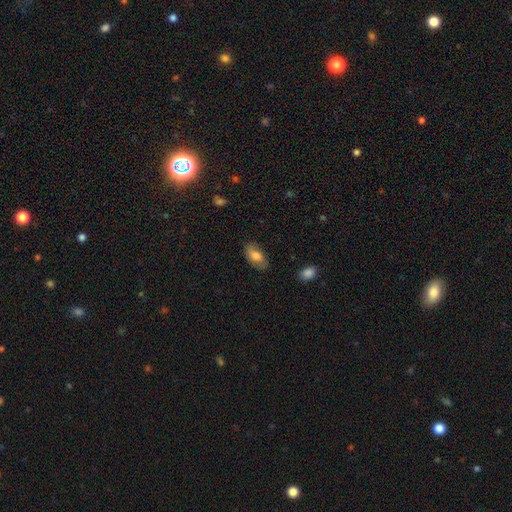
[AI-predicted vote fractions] Morphology: type=smooth (71%); roundness=in between (91%); merging=none (76%).